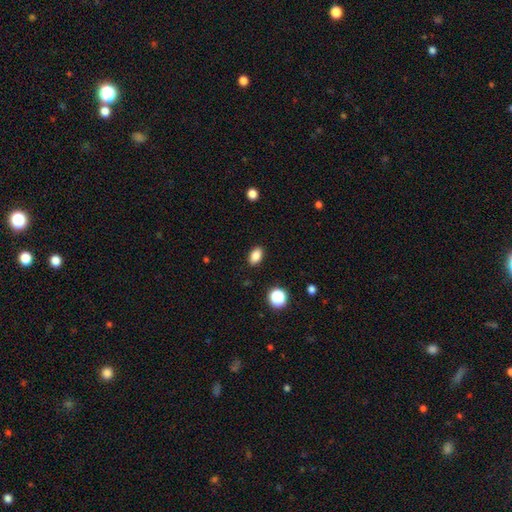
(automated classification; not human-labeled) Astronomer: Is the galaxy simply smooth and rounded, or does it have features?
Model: smooth — 85%.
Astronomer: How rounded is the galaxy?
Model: in between — 85%.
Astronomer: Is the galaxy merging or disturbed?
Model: none — 89%.